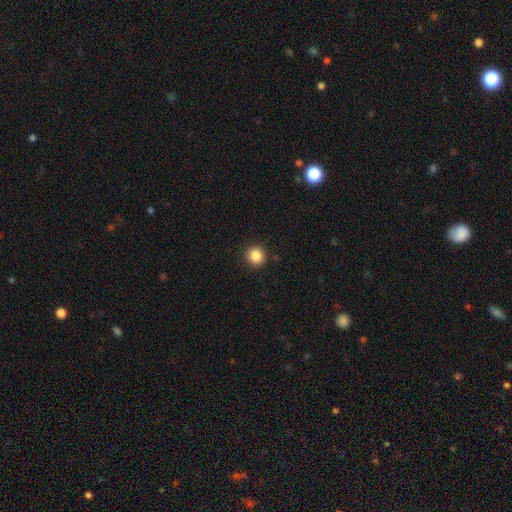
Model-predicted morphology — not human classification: Smooth or featured? smooth (86%)
How rounded? round (89%)
Merging? none (91%)